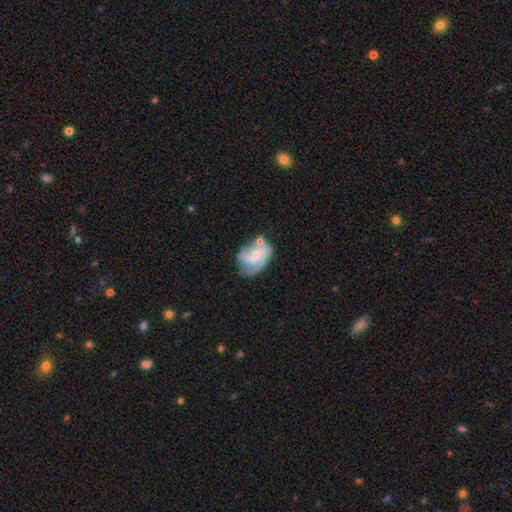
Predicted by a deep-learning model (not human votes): smooth_or_featured: featured or disk (p=0.69) [alt: smooth p=0.25]
disk_edge_on: no (p=0.97) [alt: yes p=0.03]
bar: no (p=0.46) [alt: weak p=0.44]
has_spiral_arms: yes (p=0.87) [alt: no p=0.13]
spiral_winding: medium (p=0.46) [alt: tight p=0.32]
spiral_arm_count: 2 (p=0.50) [alt: can't tell p=0.18]
bulge_size: small (p=0.41) [alt: moderate p=0.35]
merging: none (p=0.43) [alt: minor disturbance p=0.25]